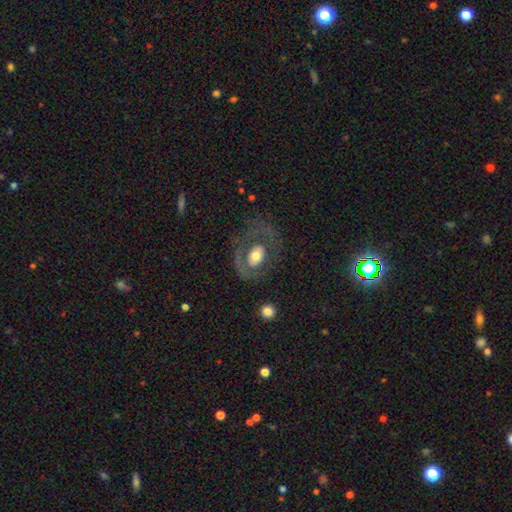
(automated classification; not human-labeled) featured or disk 47%, smooth 46%, star or artifact 7%. Down the decision tree: merging — none (60%).